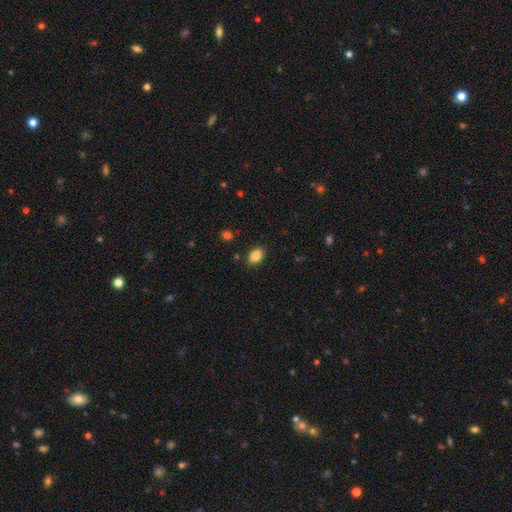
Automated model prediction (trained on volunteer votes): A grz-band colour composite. It shows a smooth galaxy with no disk features (86%) that is in between round and cigar-shaped (80%). Merging: none (87%).